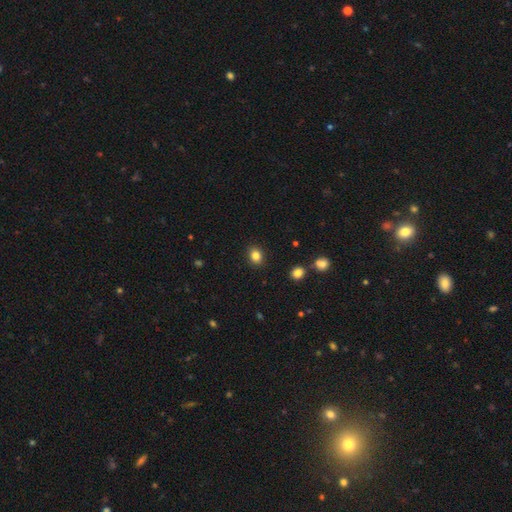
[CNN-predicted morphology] Smooth or featured?
  - smooth: 84% *
  - star or artifact: 11%
  - featured or disk: 5%
How rounded?
  - round: 60% *
  - in between: 39%
  - cigar-shaped: 1%
Merging?
  - none: 89% *
  - minor disturbance: 7%
  - major disturbance: 2%
  - merger: 1%